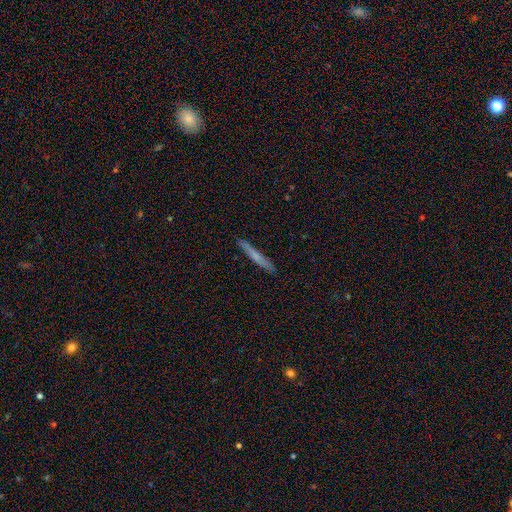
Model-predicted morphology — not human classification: This appears to be a smooth galaxy with no disk features (59%) that is cigar-shaped (96%). Merging: none (90%).